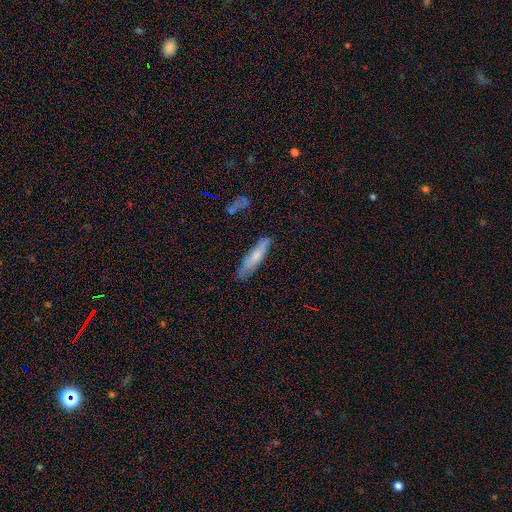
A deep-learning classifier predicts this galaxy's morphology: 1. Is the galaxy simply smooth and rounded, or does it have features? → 64% smooth, 30% featured or disk, 6% star or artifact.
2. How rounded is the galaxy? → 79% cigar-shaped, 19% in between, 2% round.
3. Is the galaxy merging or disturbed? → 76% none, 18% minor disturbance, 4% major disturbance, 2% merger.